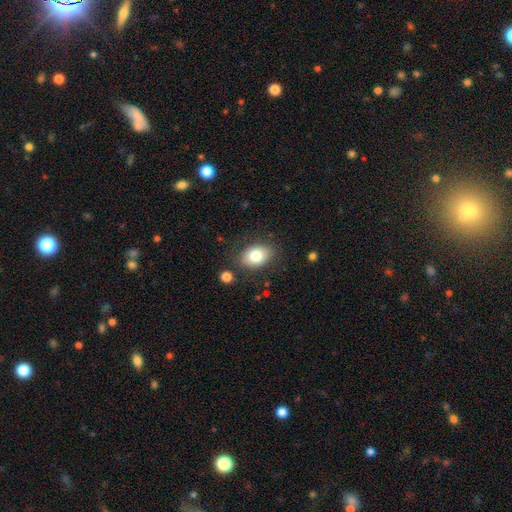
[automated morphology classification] Smooth or featured?
  - smooth: 80% *
  - featured or disk: 12%
  - star or artifact: 8%
How rounded?
  - in between: 79% *
  - round: 20%
  - cigar-shaped: 1%
Merging?
  - none: 81% *
  - minor disturbance: 12%
  - major disturbance: 4%
  - merger: 3%